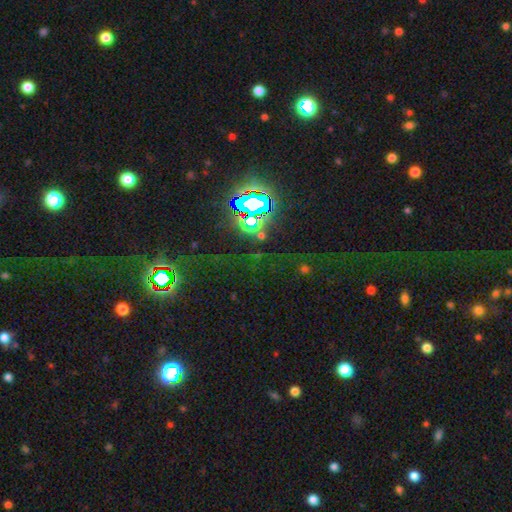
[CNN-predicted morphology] type=star or artifact (77%).